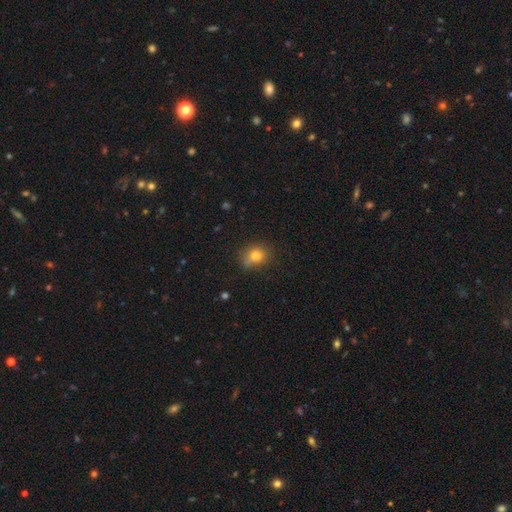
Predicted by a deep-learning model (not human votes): Smooth or featured: smooth — 79% (star or artifact — 12%)
How rounded: round — 63% (in between — 36%)
Merging: none — 64% (minor disturbance — 24%)